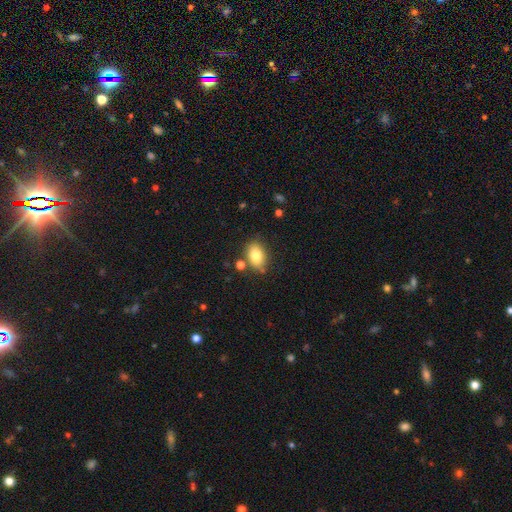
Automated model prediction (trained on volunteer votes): Smooth or featured? smooth (82%)
How rounded? in between (83%)
Merging? none (72%)